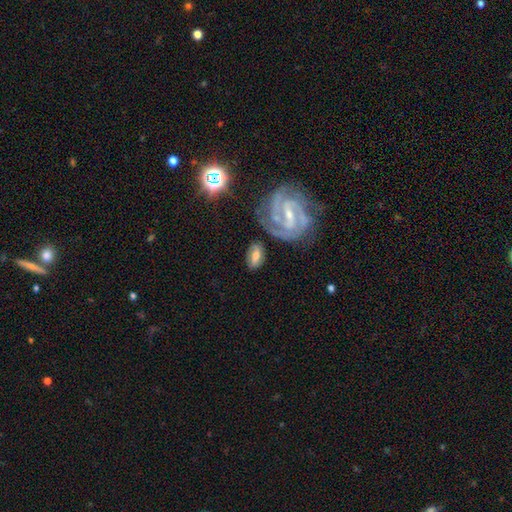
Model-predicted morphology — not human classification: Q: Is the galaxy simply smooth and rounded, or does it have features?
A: featured or disk — 49%.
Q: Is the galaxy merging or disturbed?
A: none — 70%.